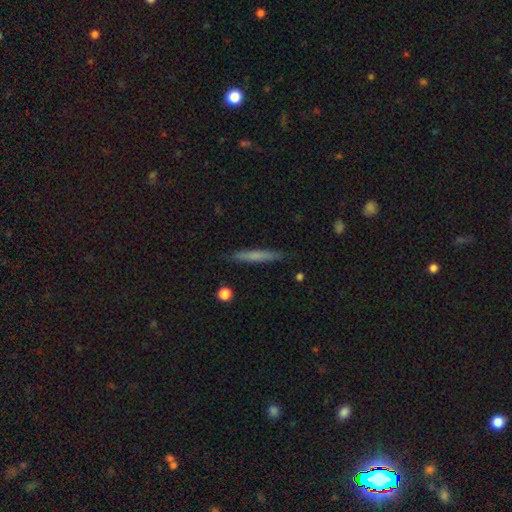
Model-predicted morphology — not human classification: This appears to be a smooth galaxy with no disk features (66%) that is cigar-shaped (95%). Merging: none (88%).